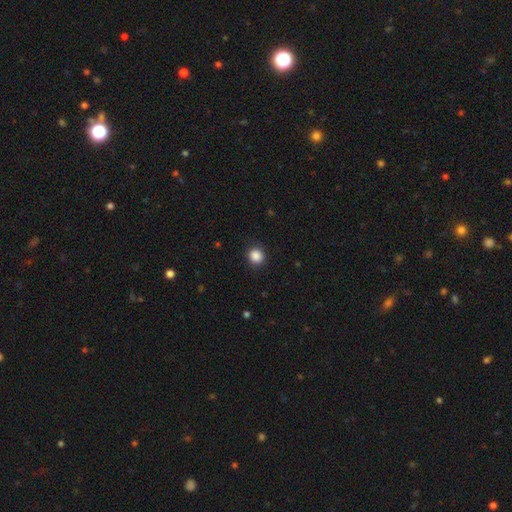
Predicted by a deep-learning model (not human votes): smooth_or_featured: smooth (p=0.87) [alt: star or artifact p=0.10]
how_rounded: round (p=0.88) [alt: in between p=0.11]
merging: none (p=0.88) [alt: minor disturbance p=0.08]